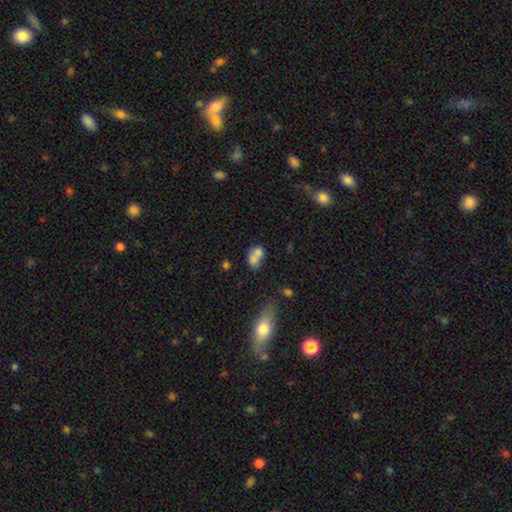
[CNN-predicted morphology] A smooth galaxy with no disk features (69%) that is in between round and cigar-shaped (64%).

Vote fractions:
- Smooth or featured? smooth: 69% / featured or disk: 20% / star or artifact: 11%
- How rounded? in between: 64% / round: 34% / cigar-shaped: 2%
- Merging? merger: 59% / none: 23% / minor disturbance: 10% / major disturbance: 7%